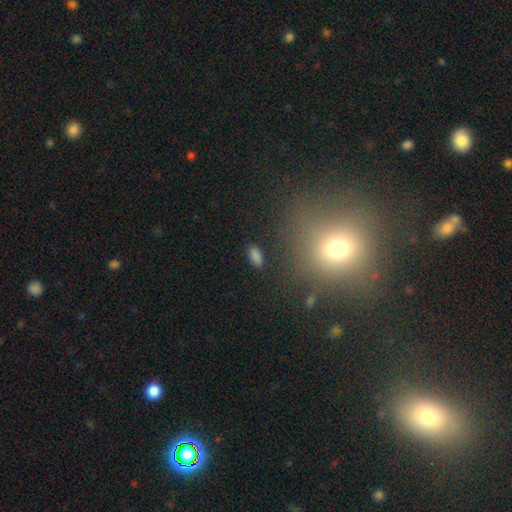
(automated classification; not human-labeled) Smooth or featured? smooth (81%)
How rounded? in between (88%)
Merging? none (86%)